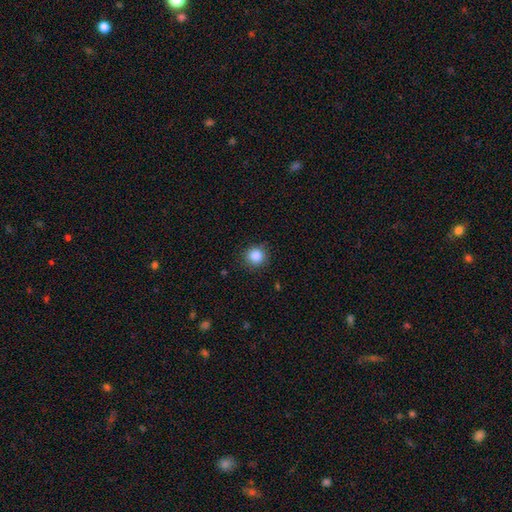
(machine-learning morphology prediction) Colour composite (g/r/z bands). It shows a smooth galaxy with no disk features (87%) that is round (92%). Merging: none (86%).